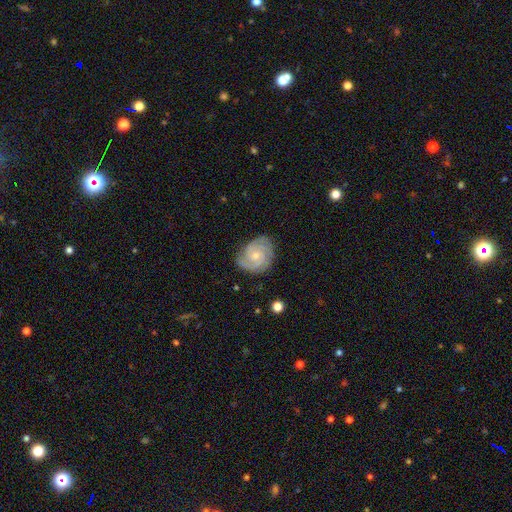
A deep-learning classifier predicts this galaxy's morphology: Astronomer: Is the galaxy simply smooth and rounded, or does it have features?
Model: featured or disk — 84%.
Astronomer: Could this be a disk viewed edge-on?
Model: no — 98%.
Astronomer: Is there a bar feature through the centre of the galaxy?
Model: no — 68%.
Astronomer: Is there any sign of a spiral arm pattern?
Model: yes — 97%.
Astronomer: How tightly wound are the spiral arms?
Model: tight — 63%.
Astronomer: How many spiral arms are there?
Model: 3 — 41% (runner-up: 2, 25%).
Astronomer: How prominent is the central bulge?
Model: small — 58% (runner-up: moderate, 37%).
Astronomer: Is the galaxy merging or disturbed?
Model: none — 77%.